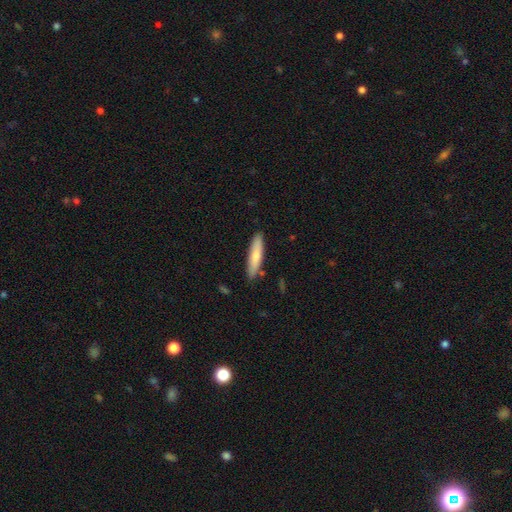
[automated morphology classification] Q: Smooth or featured?
A: smooth (71%); runner-up: featured or disk (23%)
Q: How rounded?
A: cigar-shaped (80%); runner-up: in between (18%)
Q: Merging?
A: none (87%); runner-up: minor disturbance (10%)